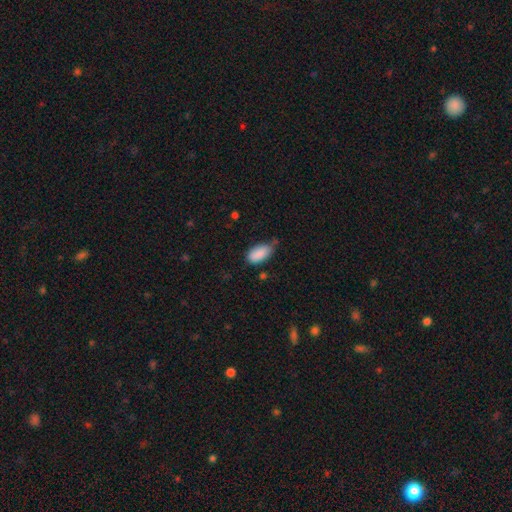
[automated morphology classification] This is clearly a smooth galaxy (88%). How rounded: clearly in between (93%). Merging: possibly none (50%).